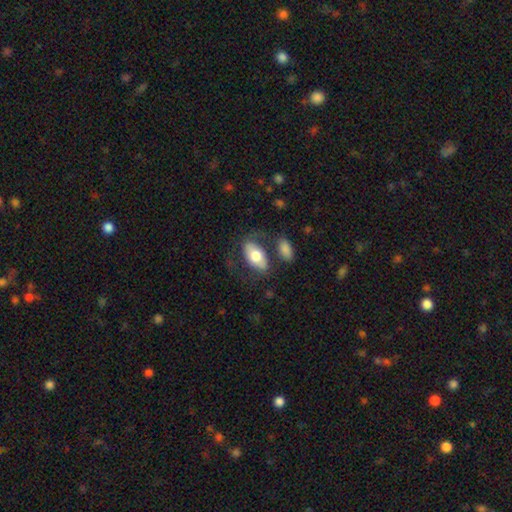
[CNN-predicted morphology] Smooth or featured?
  - smooth: 64% *
  - featured or disk: 30%
  - star or artifact: 6%
How rounded?
  - in between: 92% *
  - round: 5%
  - cigar-shaped: 4%
Merging?
  - none: 59% *
  - minor disturbance: 19%
  - major disturbance: 13%
  - merger: 10%